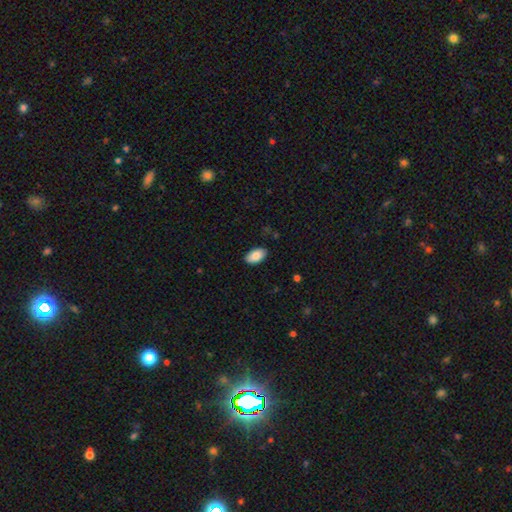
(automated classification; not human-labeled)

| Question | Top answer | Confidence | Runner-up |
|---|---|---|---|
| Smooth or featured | smooth | 85% | featured or disk (8%) |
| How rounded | in between | 95% | round (3%) |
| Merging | none | 87% | minor disturbance (10%) |